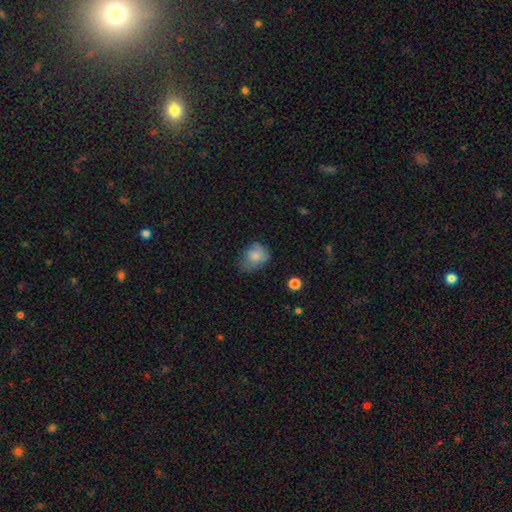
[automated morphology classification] Smooth or featured? Predicted: smooth (p=0.76). How rounded? Predicted: in between (p=0.59). Merging? Predicted: none (p=0.46).